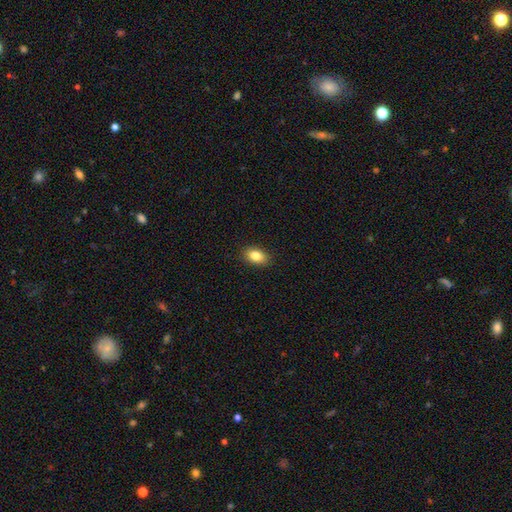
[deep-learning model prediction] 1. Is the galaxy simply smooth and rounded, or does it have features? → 85% smooth, 8% star or artifact, 7% featured or disk.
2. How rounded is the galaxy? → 87% in between, 11% round, 2% cigar-shaped.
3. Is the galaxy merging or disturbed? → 89% none, 8% minor disturbance, 2% major disturbance, 1% merger.